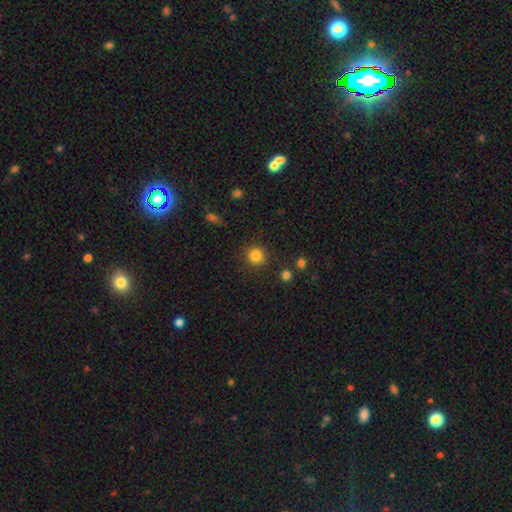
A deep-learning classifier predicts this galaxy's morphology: This is clearly a smooth galaxy (84%). How rounded: clearly round (93%). Merging: clearly none (89%).